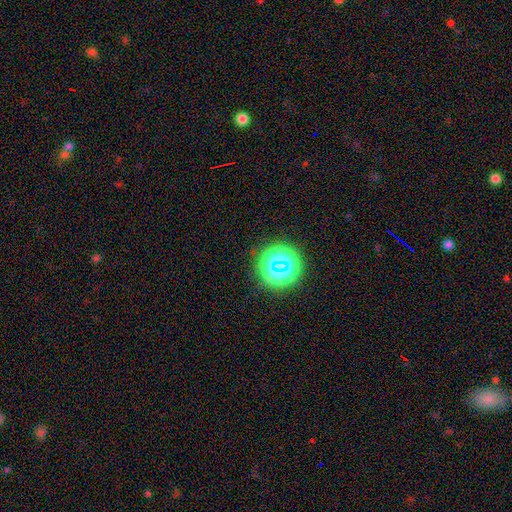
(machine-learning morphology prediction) Smooth or featured: star or artifact — 70% (smooth — 23%)